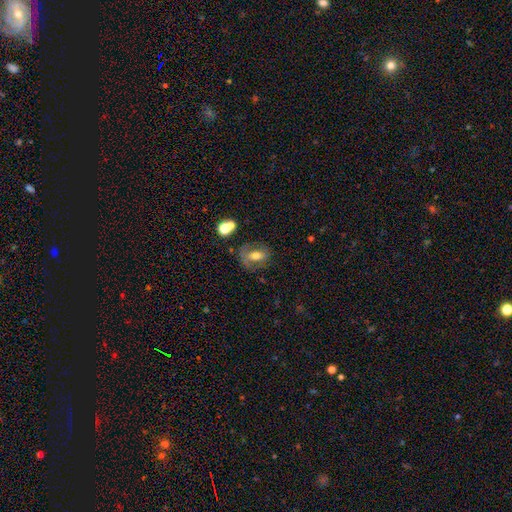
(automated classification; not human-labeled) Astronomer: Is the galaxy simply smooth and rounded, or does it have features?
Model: featured or disk — 45% (runner-up: smooth, 43%).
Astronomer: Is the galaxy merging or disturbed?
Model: none — 59%.